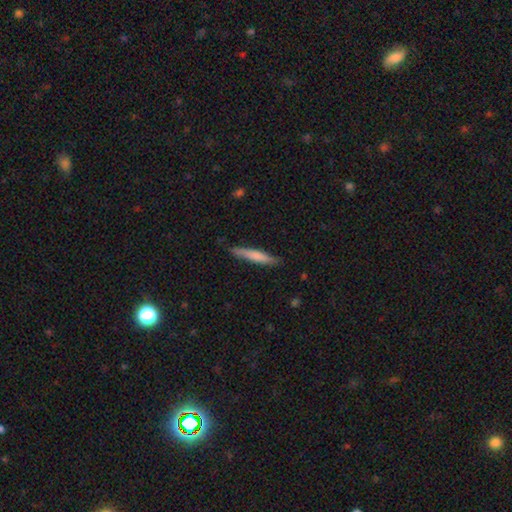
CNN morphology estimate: Smooth or featured: smooth — 69% (featured or disk — 26%)
How rounded: cigar-shaped — 93% (in between — 5%)
Merging: none — 87% (minor disturbance — 10%)